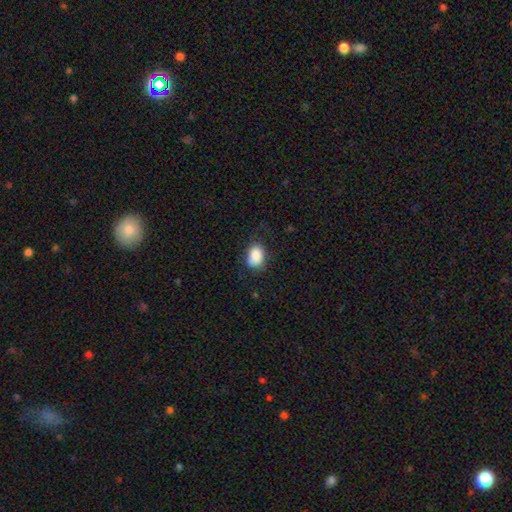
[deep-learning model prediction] Overall: smooth (87%). How rounded: in between (73%). Merging: none (66%).